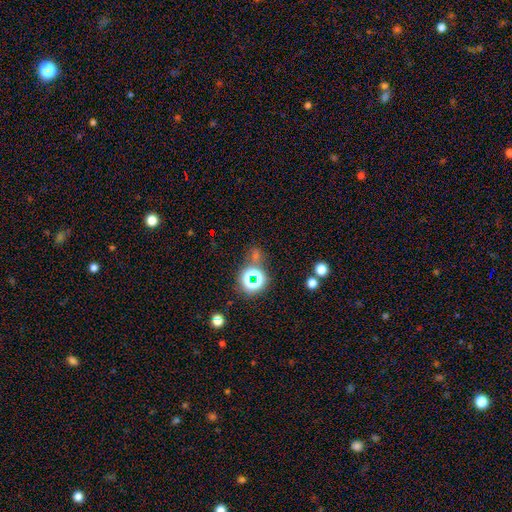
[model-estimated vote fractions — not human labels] A star or artifact, not a galaxy (67%).

Vote fractions:
- Smooth or featured? star or artifact: 67% / smooth: 25% / featured or disk: 9%